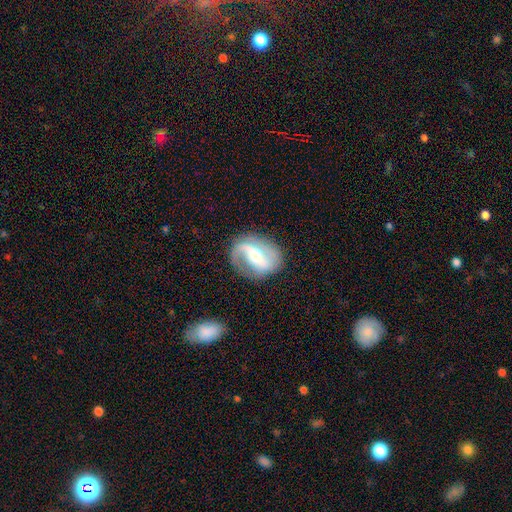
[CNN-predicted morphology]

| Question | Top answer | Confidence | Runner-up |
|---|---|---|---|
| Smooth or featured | featured or disk | 84% | smooth (11%) |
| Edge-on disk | no | 97% | yes (3%) |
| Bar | strong | 40% | weak (36%) |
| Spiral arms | yes | 93% | no (7%) |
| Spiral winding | loose | 43% | medium (40%) |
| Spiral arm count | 2 | 80% | 1 (14%) |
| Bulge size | moderate | 61% | small (33%) |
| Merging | none | 77% | minor disturbance (14%) |